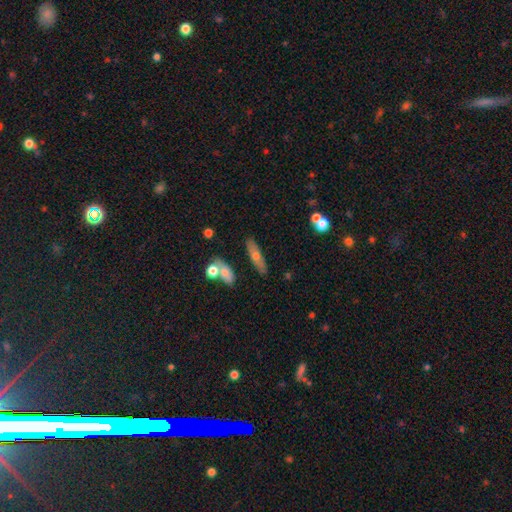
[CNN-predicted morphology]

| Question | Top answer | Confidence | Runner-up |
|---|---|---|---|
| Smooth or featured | smooth | 55% | featured or disk (37%) |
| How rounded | cigar-shaped | 66% | in between (30%) |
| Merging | none | 78% | minor disturbance (11%) |